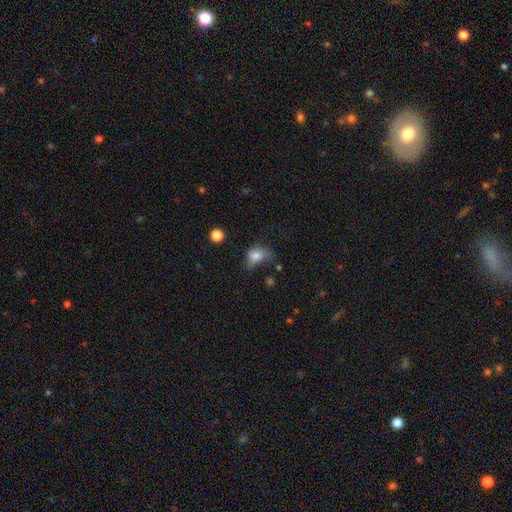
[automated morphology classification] The model was most divided on "merging": minor disturbance: 34%, major disturbance: 33%, none: 27%, merger: 5%. More confident: smooth or featured — smooth (77%); how rounded — in between (74%).